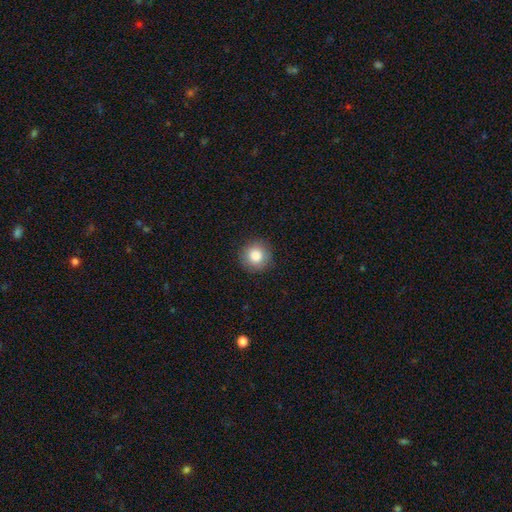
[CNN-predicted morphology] Smooth or featured?
  - smooth: 82% *
  - star or artifact: 10%
  - featured or disk: 8%
How rounded?
  - round: 95% *
  - in between: 4%
  - cigar-shaped: 1%
Merging?
  - none: 91% *
  - minor disturbance: 6%
  - major disturbance: 2%
  - merger: 1%